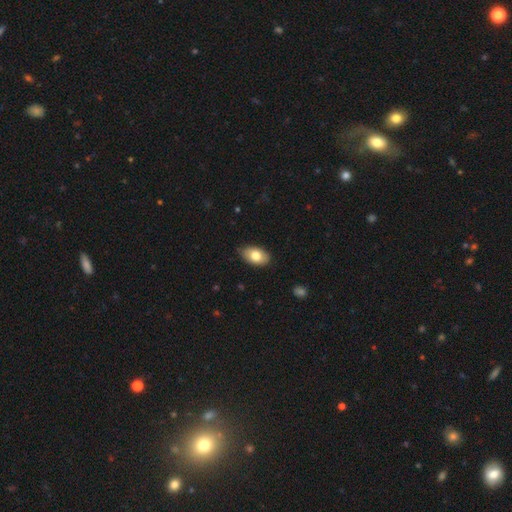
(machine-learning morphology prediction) The model was most divided on "smooth or featured": smooth: 78%, featured or disk: 16%, star or artifact: 7%. More confident: how rounded — in between (92%); merging — none (84%).